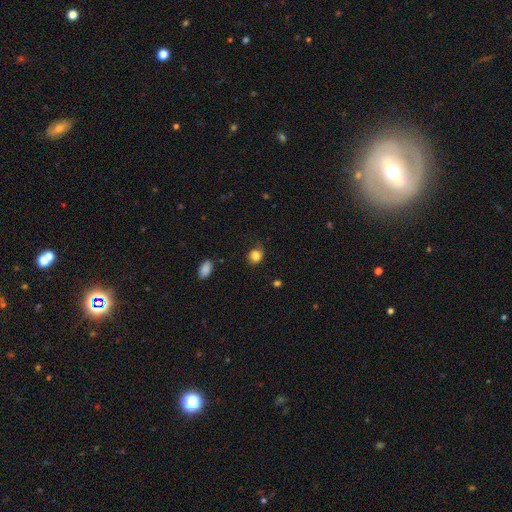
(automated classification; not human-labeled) Smooth or featured: smooth — 84% (star or artifact — 10%)
How rounded: round — 69% (in between — 30%)
Merging: none — 66% (minor disturbance — 25%)